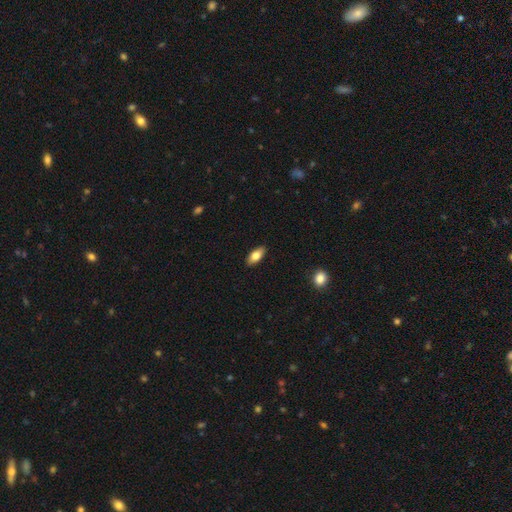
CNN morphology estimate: A smooth galaxy with no disk features (78%) that is in between round and cigar-shaped (87%). Merging: none (89%).